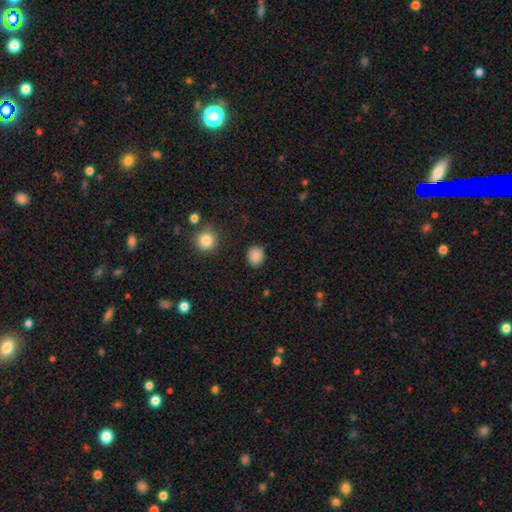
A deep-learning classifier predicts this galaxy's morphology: Smooth or featured: smooth — 87% (star or artifact — 10%)
How rounded: round — 71% (in between — 28%)
Merging: none — 86% (minor disturbance — 10%)